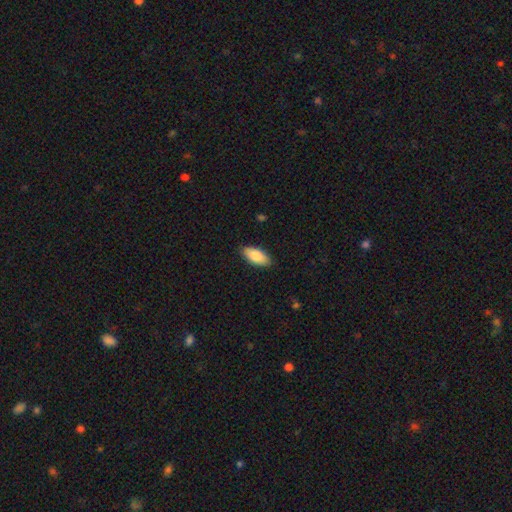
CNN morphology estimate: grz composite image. It shows a smooth galaxy with no disk features (82%) that is in between round and cigar-shaped (88%). Merging: none (87%).